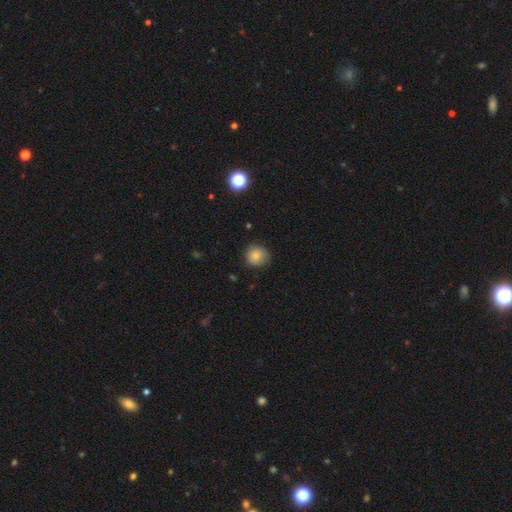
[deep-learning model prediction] Morphology: type=smooth (83%); roundness=round (87%); merging=none (80%).